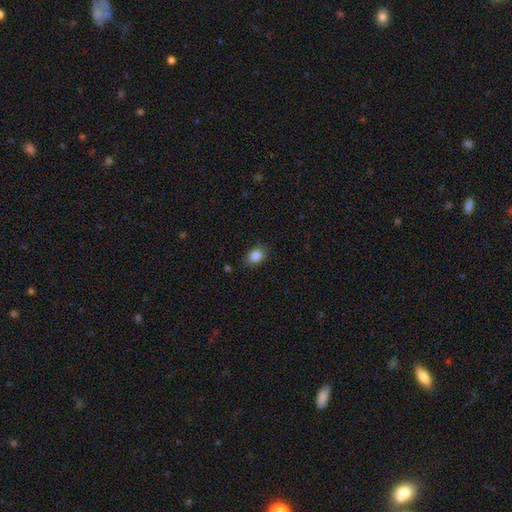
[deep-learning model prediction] Smooth or featured? smooth (86%)
How rounded? in between (65%)
Merging? none (84%)